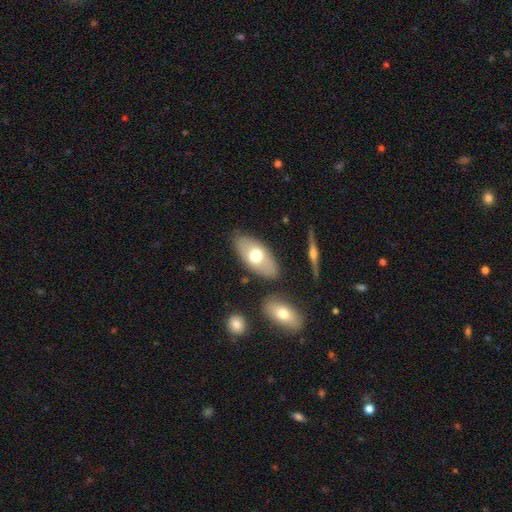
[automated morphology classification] smooth_or_featured: smooth (p=0.61) [alt: featured or disk p=0.32]
how_rounded: in between (p=0.92) [alt: cigar-shaped p=0.04]
merging: none (p=0.80) [alt: minor disturbance p=0.12]